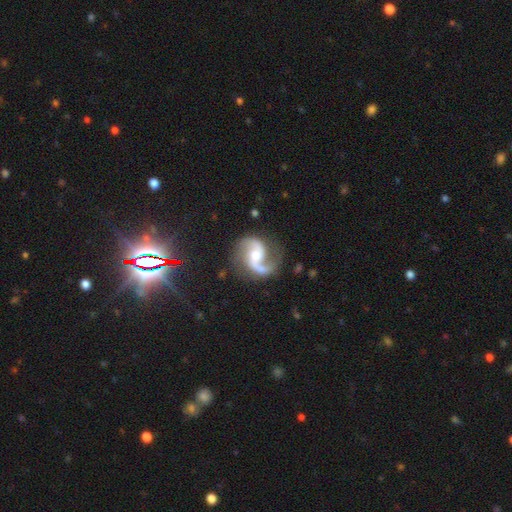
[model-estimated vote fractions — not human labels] Overall: featured or disk (91%). Edge-on disk: no (98%). Bar: no (48%; weak 38%). Spiral arms: yes (98%). Spiral arm count: 2 (91%). Spiral winding: medium (49%; loose 42%). Bulge size: moderate (55%; small 30%). Merging: none (74%).